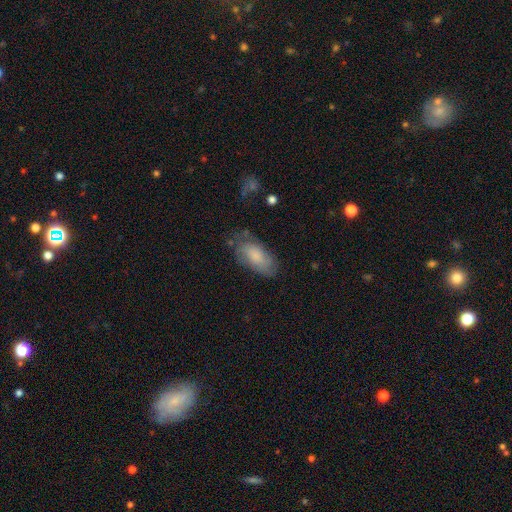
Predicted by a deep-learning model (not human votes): This appears to be a smooth galaxy with no disk features (71%) that is in between round and cigar-shaped (90%). Merging: none (66%).